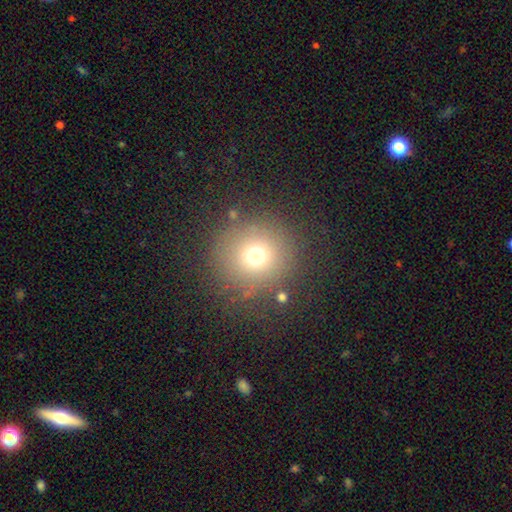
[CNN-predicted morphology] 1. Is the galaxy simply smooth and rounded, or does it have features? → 70% smooth, 19% star or artifact, 11% featured or disk.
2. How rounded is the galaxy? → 95% round, 4% in between, 1% cigar-shaped.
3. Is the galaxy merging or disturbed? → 84% none, 8% minor disturbance, 5% major disturbance, 3% merger.